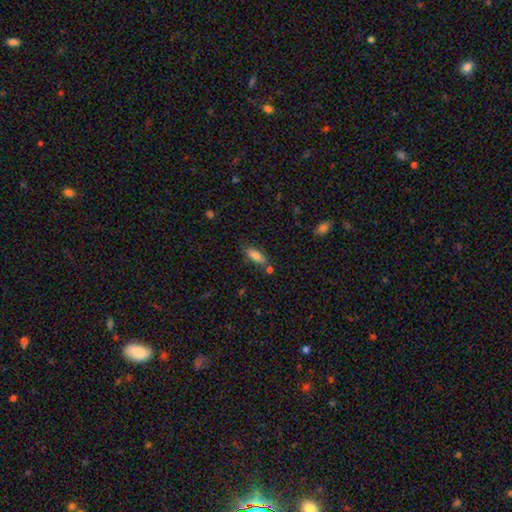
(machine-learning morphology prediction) Smooth or featured? Predicted: smooth (p=0.78). How rounded? Predicted: in between (p=0.71). Merging? Predicted: none (p=0.69).